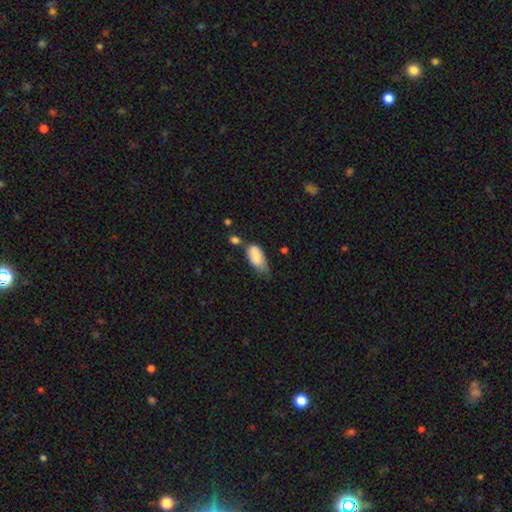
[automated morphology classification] smooth_or_featured: smooth (p=0.82) [alt: featured or disk p=0.11]
how_rounded: in between (p=0.91) [alt: cigar-shaped p=0.07]
merging: minor disturbance (p=0.41) [alt: none p=0.32]